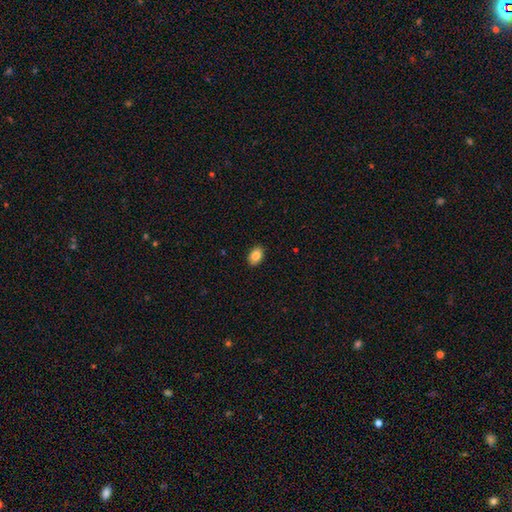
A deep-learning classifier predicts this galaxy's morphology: smooth 86%, star or artifact 8%, featured or disk 7%. Down the decision tree: how rounded — in between (86%); merging — none (90%).